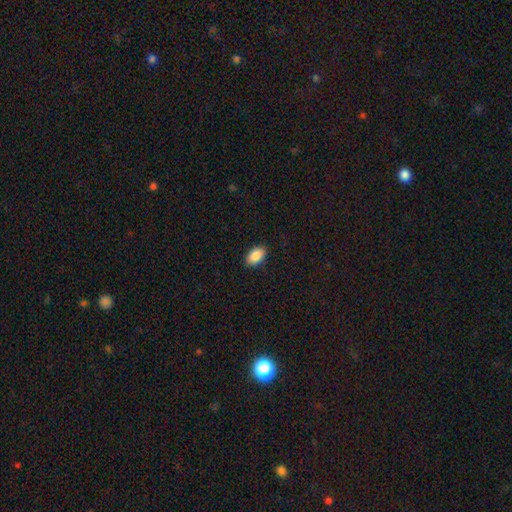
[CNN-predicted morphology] A smooth galaxy with no disk features (89%) that is in between round and cigar-shaped (93%). Merging: none (89%).